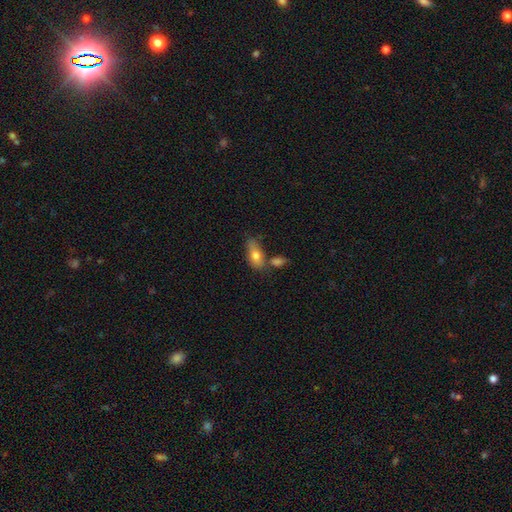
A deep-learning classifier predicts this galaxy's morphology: A smooth galaxy with no disk features (75%) that is in between round and cigar-shaped (83%). Merging: none (49%).